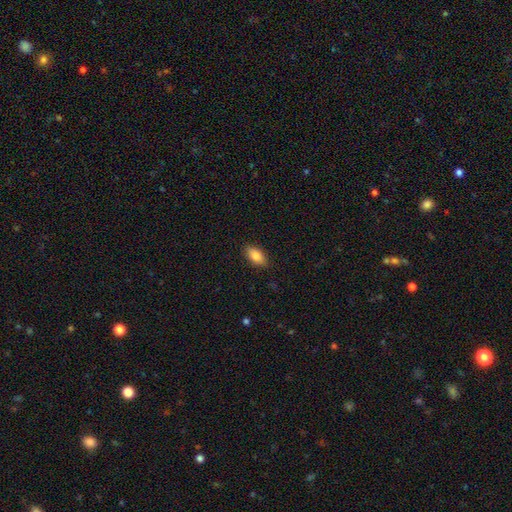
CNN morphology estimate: Smooth or featured? Predicted: smooth (p=0.84). How rounded? Predicted: in between (p=0.91). Merging? Predicted: none (p=0.87).